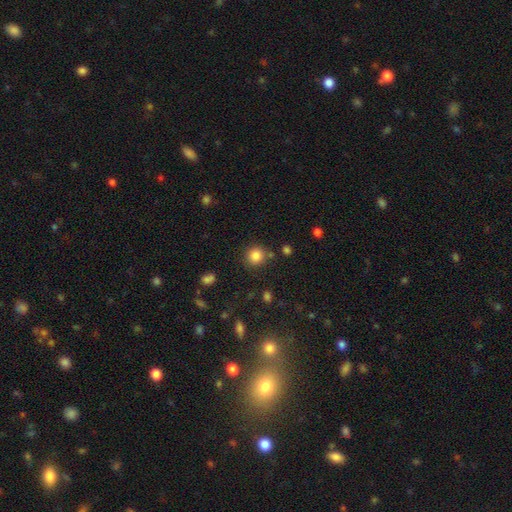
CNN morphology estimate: type=smooth (84%); roundness=round (90%); merging=none (82%).